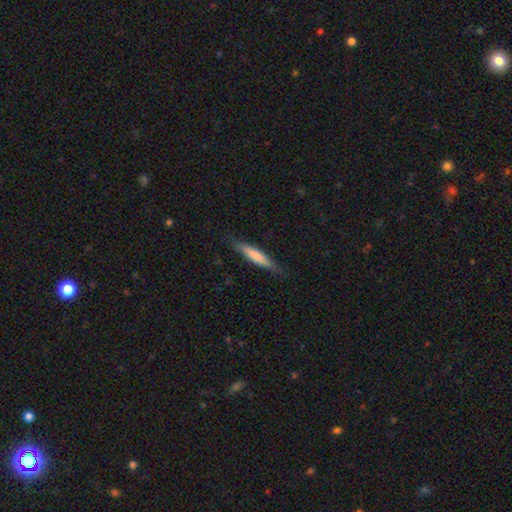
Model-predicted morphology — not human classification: smooth 69%, featured or disk 26%, star or artifact 5%. Down the decision tree: how rounded — cigar-shaped (88%); merging — none (83%).